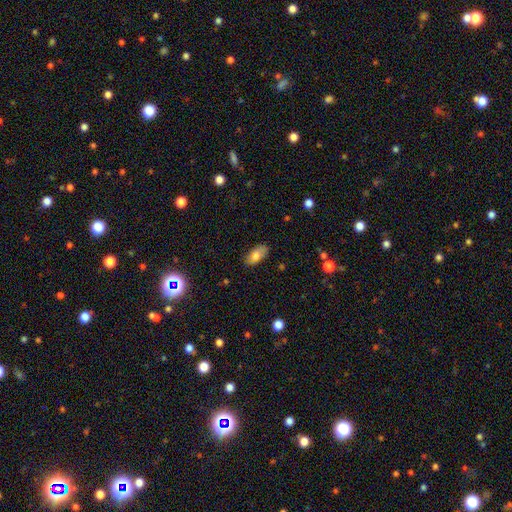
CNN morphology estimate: Smooth or featured? Predicted: smooth (p=0.76). How rounded? Predicted: in between (p=0.92). Merging? Predicted: none (p=0.83).